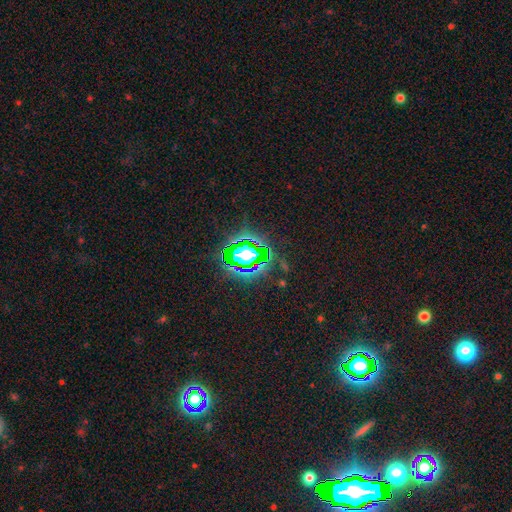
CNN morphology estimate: This appears to be a star or artifact, not a galaxy (80%).